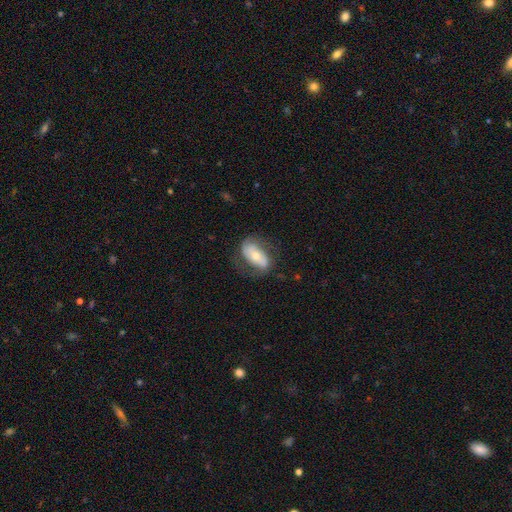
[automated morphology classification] Smooth or featured? featured or disk (54%)
Edge-on disk? no (89%)
Merging? none (62%)